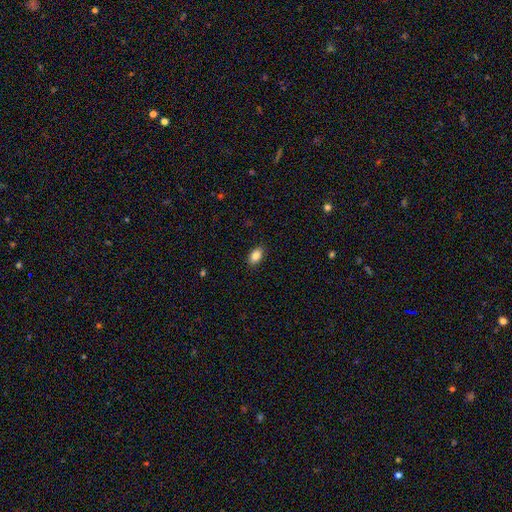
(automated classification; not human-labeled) smooth-or-featured: smooth: 87% | star or artifact: 8% | featured or disk: 5%
  how-rounded: in between: 90% | round: 8% | cigar-shaped: 2%
  merging: none: 88% | minor disturbance: 9% | major disturbance: 2% | merger: 1%